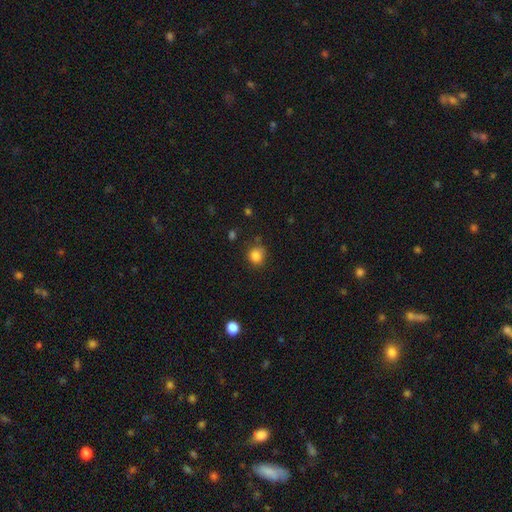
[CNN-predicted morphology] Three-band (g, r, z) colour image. It shows a smooth galaxy with no disk features (84%) that is round (78%). Merging: none (73%).